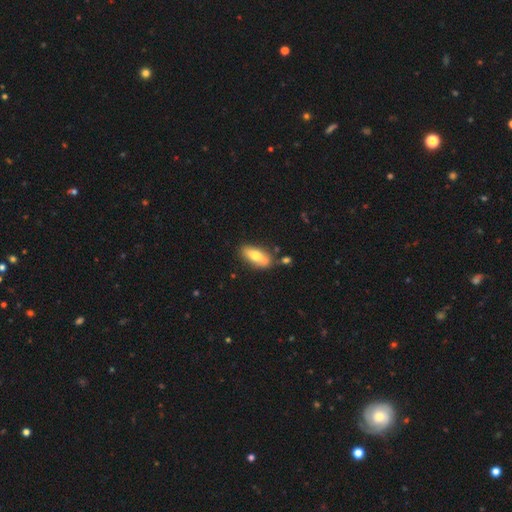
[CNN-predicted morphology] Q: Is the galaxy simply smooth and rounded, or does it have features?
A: smooth — 70%.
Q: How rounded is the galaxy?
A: in between — 82%.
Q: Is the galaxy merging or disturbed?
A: none — 68%.